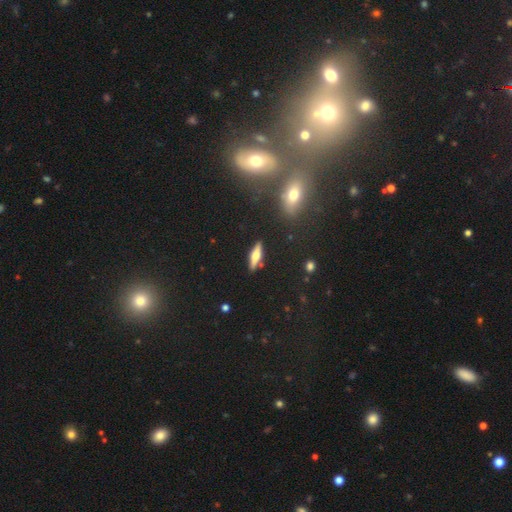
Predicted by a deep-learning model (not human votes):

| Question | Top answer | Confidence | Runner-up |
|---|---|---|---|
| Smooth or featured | featured or disk | 53% | smooth (39%) |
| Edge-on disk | yes | 94% | no (6%) |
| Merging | none | 86% | minor disturbance (9%) |